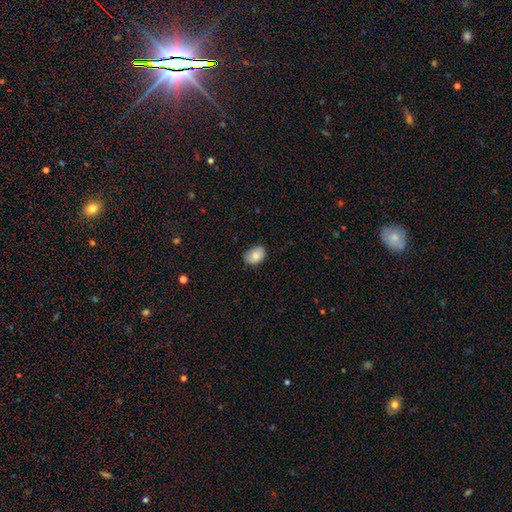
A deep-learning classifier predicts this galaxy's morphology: Q: Smooth or featured?
A: smooth (83%); runner-up: featured or disk (10%)
Q: How rounded?
A: in between (74%); runner-up: round (25%)
Q: Merging?
A: none (70%); runner-up: minor disturbance (25%)